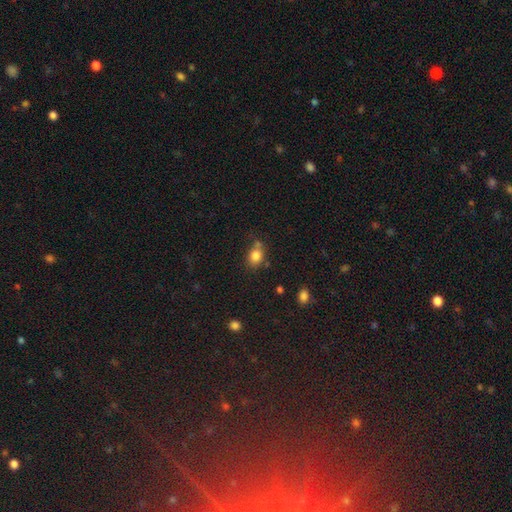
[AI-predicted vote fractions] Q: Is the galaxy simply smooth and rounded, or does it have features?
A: smooth — 82%.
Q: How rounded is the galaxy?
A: in between — 53%.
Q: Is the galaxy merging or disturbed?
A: none — 58%.